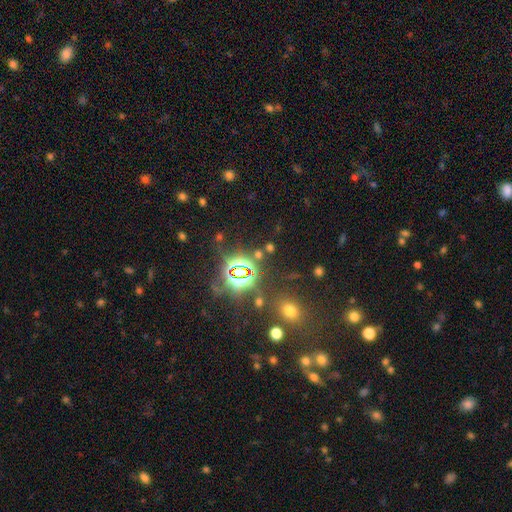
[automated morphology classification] smooth_or_featured: star or artifact (p=0.78) [alt: smooth p=0.14]